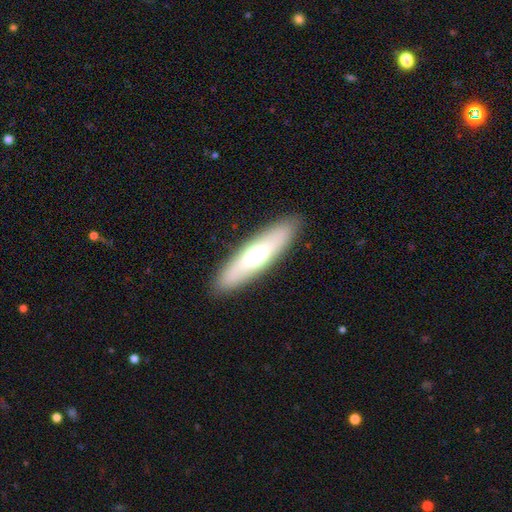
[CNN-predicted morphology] Smooth or featured: smooth — 57% (featured or disk — 37%)
How rounded: cigar-shaped — 68% (in between — 31%)
Merging: none — 89% (minor disturbance — 7%)